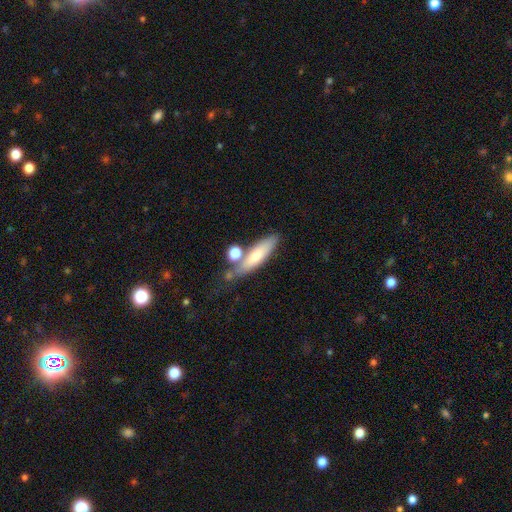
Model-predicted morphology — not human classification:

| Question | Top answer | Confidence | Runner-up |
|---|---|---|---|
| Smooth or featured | smooth | 70% | featured or disk (23%) |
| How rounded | cigar-shaped | 63% | in between (33%) |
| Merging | none | 57% | minor disturbance (18%) |